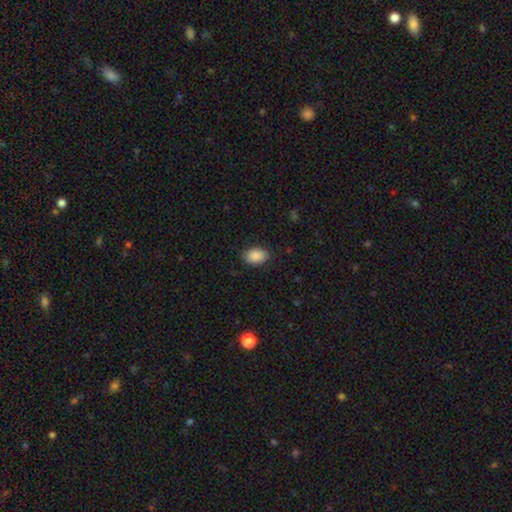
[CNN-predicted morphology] type=smooth (90%); roundness=in between (85%); merging=none (85%).